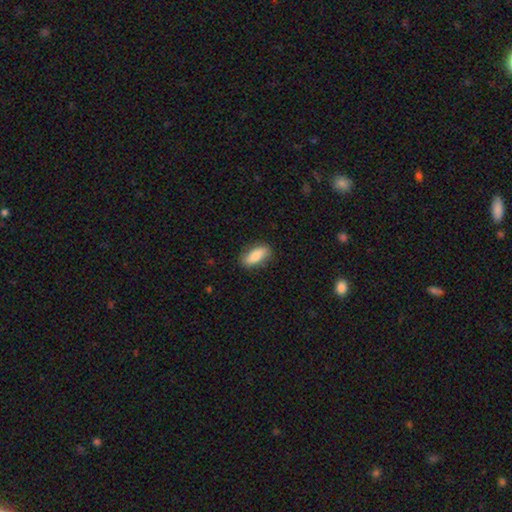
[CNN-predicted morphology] This appears to be a smooth galaxy with no disk features (82%) that is in between round and cigar-shaped (82%). Merging: none (85%).